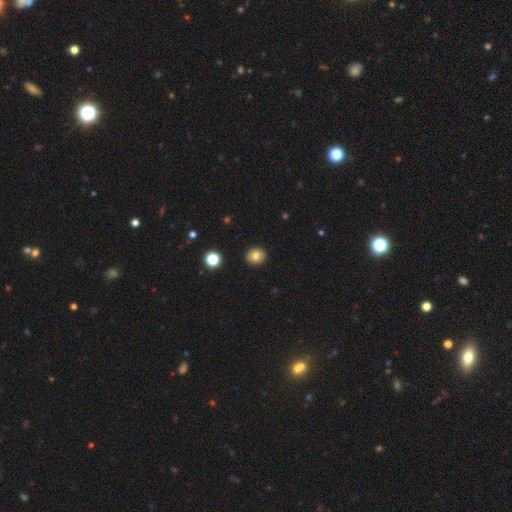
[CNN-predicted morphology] smooth 79%, star or artifact 11%, featured or disk 10%. Down the decision tree: how rounded — round (78%); merging — none (91%).